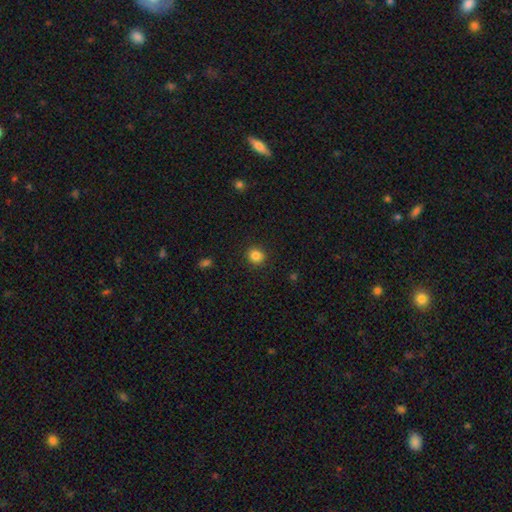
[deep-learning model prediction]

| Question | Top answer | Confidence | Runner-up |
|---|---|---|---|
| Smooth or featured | smooth | 85% | star or artifact (11%) |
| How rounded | round | 88% | in between (11%) |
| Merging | none | 91% | minor disturbance (6%) |